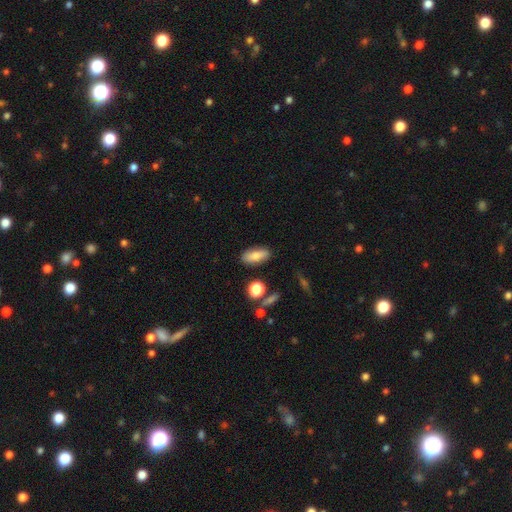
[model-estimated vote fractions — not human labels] A smooth galaxy with no disk features (78%) that is in between round and cigar-shaped (77%).

Vote fractions:
- Smooth or featured? smooth: 78% / featured or disk: 15% / star or artifact: 8%
- How rounded? in between: 77% / cigar-shaped: 19% / round: 4%
- Merging? none: 86% / minor disturbance: 9% / major disturbance: 2% / merger: 2%